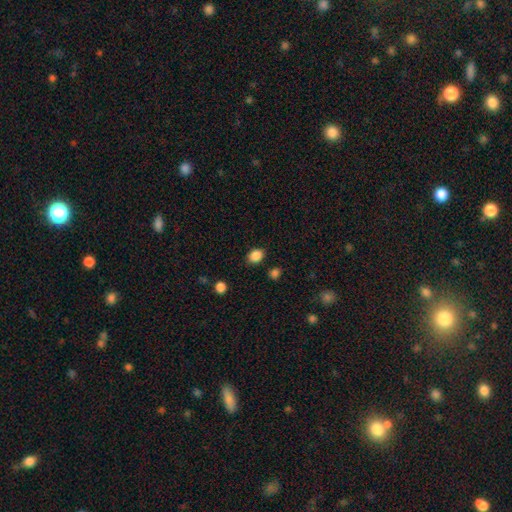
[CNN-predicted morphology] Smooth or featured? smooth (87%)
How rounded? in between (55%)
Merging? none (85%)